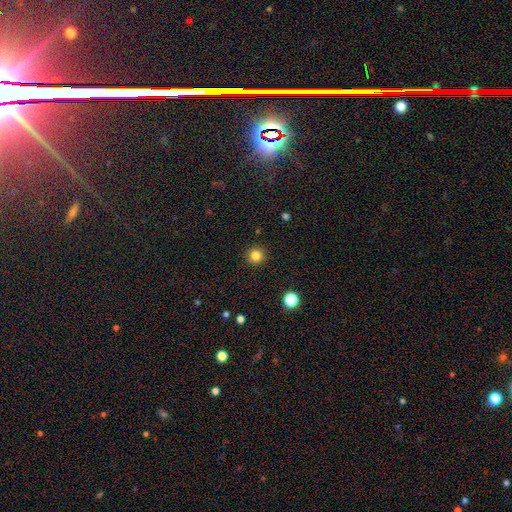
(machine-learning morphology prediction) Q: Smooth or featured?
A: smooth (83%); runner-up: star or artifact (12%)
Q: How rounded?
A: round (94%); runner-up: in between (5%)
Q: Merging?
A: none (91%); runner-up: minor disturbance (6%)